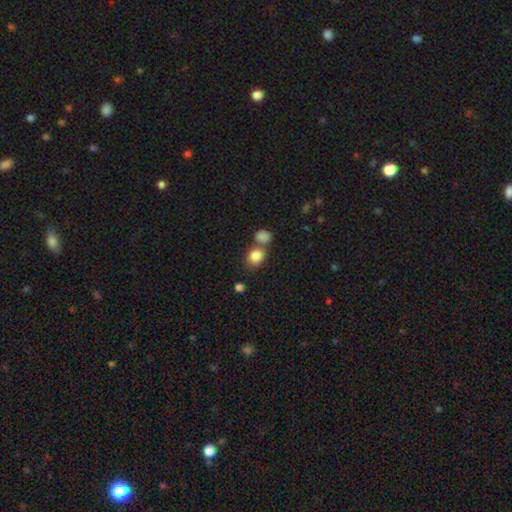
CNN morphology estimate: Smooth or featured: smooth — 85% (star or artifact — 9%)
How rounded: round — 61% (in between — 38%)
Merging: none — 50% (merger — 34%)